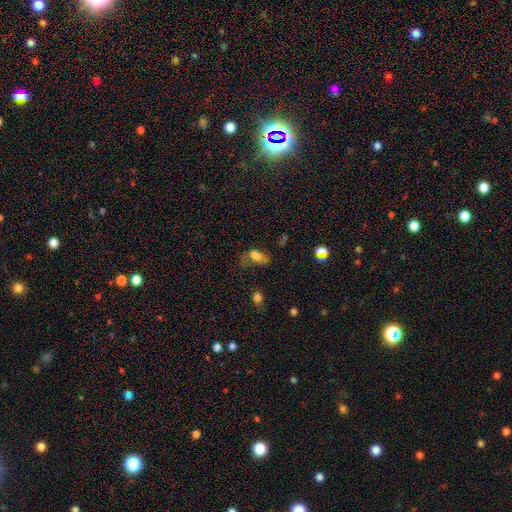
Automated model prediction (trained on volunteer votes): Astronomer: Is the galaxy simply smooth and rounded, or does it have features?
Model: smooth — 57%.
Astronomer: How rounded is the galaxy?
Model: in between — 78%.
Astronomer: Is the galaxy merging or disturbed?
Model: merger — 34% (runner-up: none, 28%).